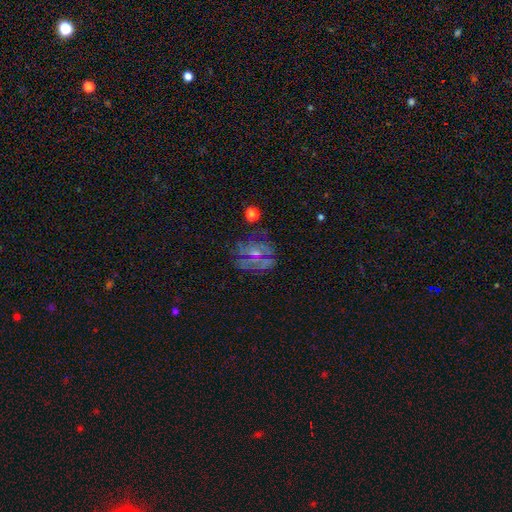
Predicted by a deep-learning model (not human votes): Morphology: type=featured or disk (44%); merging=none (67%).